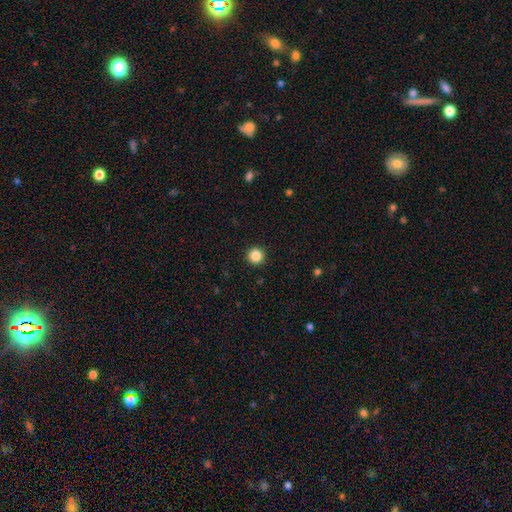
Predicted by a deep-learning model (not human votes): Q: Smooth or featured?
A: smooth (85%); runner-up: star or artifact (11%)
Q: How rounded?
A: round (96%); runner-up: in between (3%)
Q: Merging?
A: none (93%); runner-up: minor disturbance (4%)